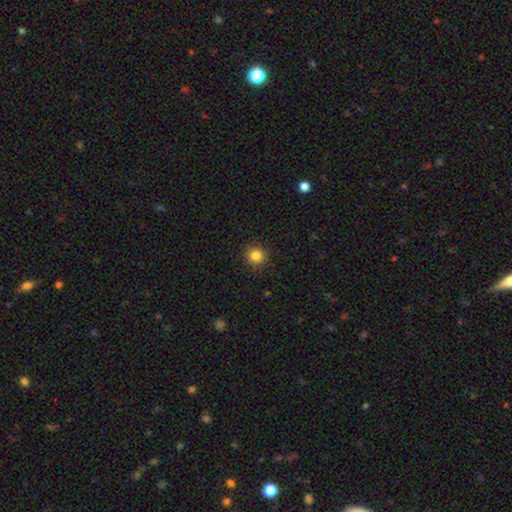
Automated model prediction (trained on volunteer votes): Smooth or featured?
  - smooth: 84% *
  - star or artifact: 11%
  - featured or disk: 5%
How rounded?
  - round: 94% *
  - in between: 5%
  - cigar-shaped: 1%
Merging?
  - none: 92% *
  - minor disturbance: 5%
  - major disturbance: 2%
  - merger: 1%